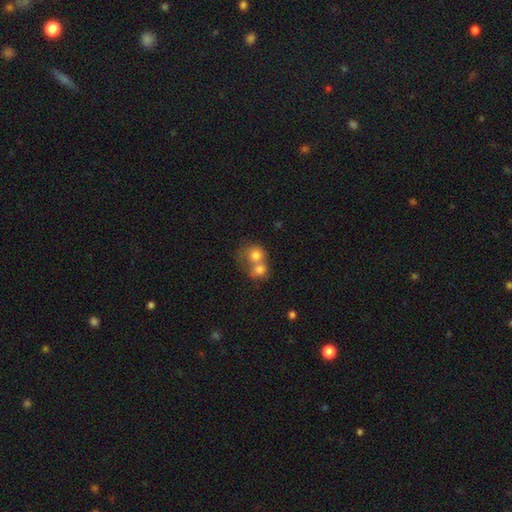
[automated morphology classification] Smooth or featured?
  - smooth: 73% *
  - featured or disk: 18%
  - star or artifact: 9%
How rounded?
  - round: 71% *
  - in between: 28%
  - cigar-shaped: 1%
Merging?
  - merger: 72% *
  - none: 19%
  - minor disturbance: 5%
  - major disturbance: 4%